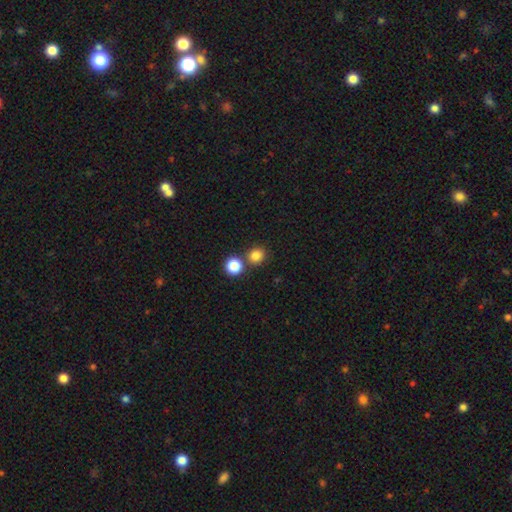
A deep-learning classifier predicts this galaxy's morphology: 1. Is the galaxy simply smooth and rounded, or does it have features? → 82% smooth, 13% star or artifact, 5% featured or disk.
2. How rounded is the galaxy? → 83% round, 16% in between, 1% cigar-shaped.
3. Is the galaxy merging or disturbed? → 73% none, 17% merger, 8% minor disturbance, 3% major disturbance.